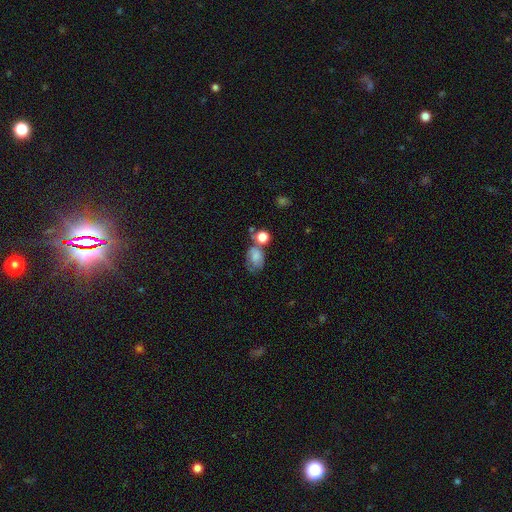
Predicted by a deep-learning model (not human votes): Overall: smooth (67%). How rounded: in between (68%; round 30%). Merging: none (37%; minor disturbance 25%).